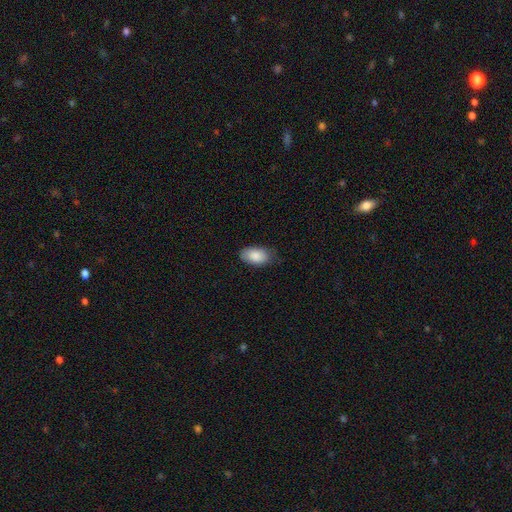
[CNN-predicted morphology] Q: Smooth or featured?
A: smooth (87%); runner-up: featured or disk (7%)
Q: How rounded?
A: in between (93%); runner-up: round (5%)
Q: Merging?
A: none (72%); runner-up: minor disturbance (23%)